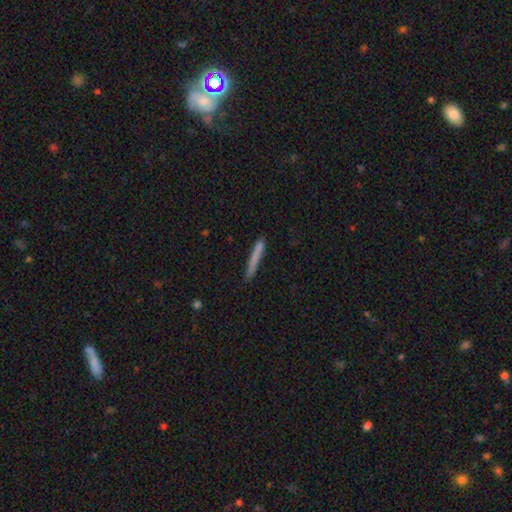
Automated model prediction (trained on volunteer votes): Smooth or featured? Predicted: smooth (p=0.73). How rounded? Predicted: cigar-shaped (p=0.97). Merging? Predicted: none (p=0.85).